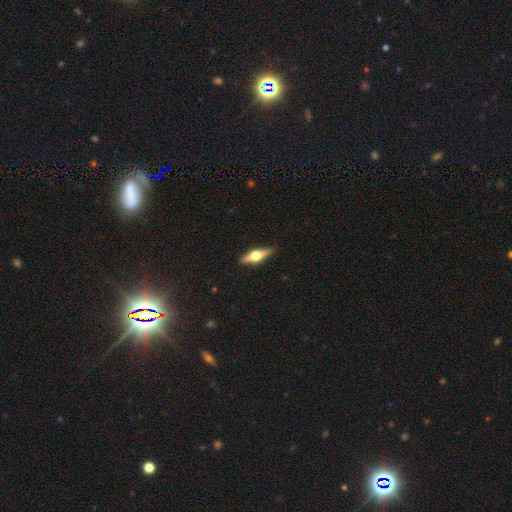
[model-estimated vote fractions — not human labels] Q: Smooth or featured?
A: featured or disk (59%); runner-up: smooth (35%)
Q: Edge-on disk?
A: yes (94%); runner-up: no (6%)
Q: Edge-on bulge?
A: rounded (95%); runner-up: boxy (3%)
Q: Merging?
A: none (89%); runner-up: minor disturbance (8%)